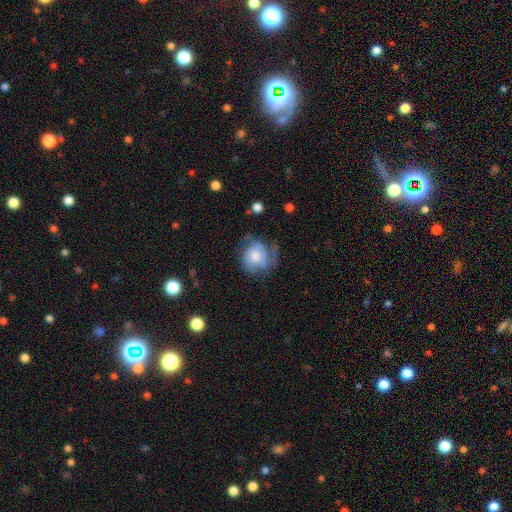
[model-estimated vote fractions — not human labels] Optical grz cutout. It shows a smooth galaxy with no disk features (50%) that is round (73%). Merging: none (45%).